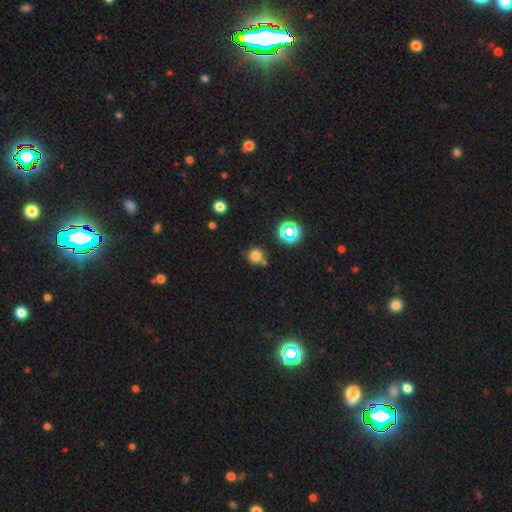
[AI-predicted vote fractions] Smooth or featured? smooth (72%)
How rounded? round (92%)
Merging? none (72%)